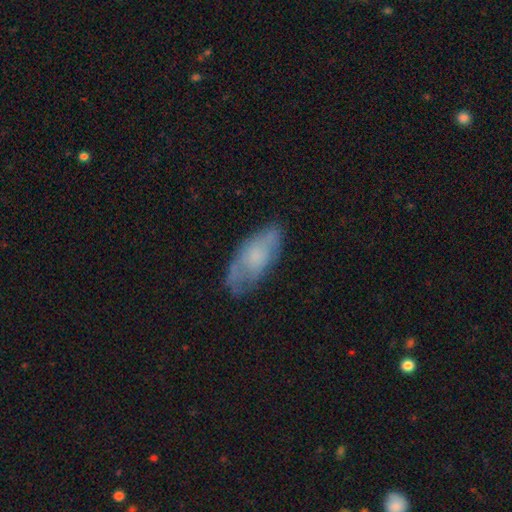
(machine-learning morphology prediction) Smooth or featured: smooth — 57% (featured or disk — 35%)
How rounded: in between — 83% (cigar-shaped — 14%)
Merging: none — 65% (minor disturbance — 25%)